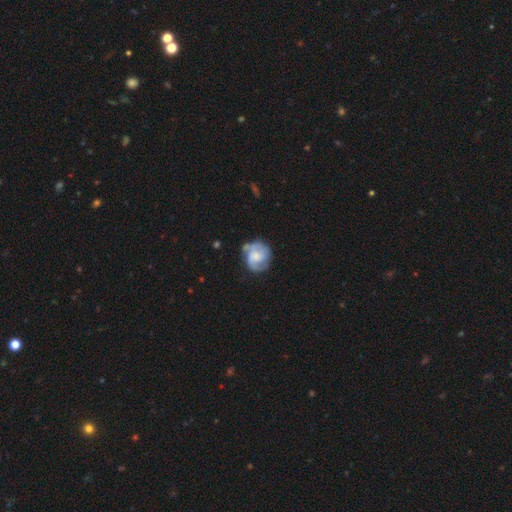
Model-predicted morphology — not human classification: featured or disk 74%, smooth 20%, star or artifact 6%. Down the decision tree: edge-on disk — no (98%); bar — no (61%); spiral arms — yes (93%); spiral arm count — 2 (67%); spiral winding — tight (45%); bulge size — small (36%); merging — none (64%).